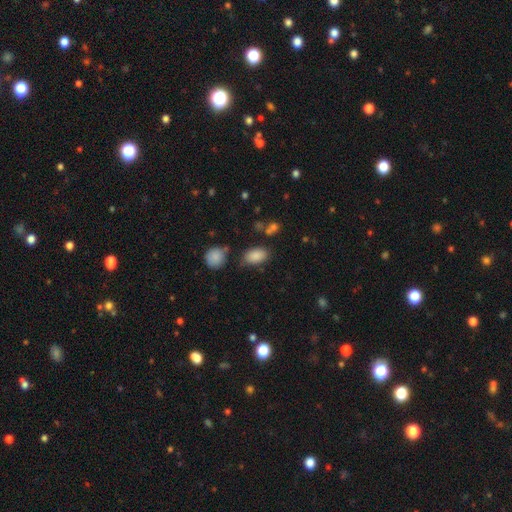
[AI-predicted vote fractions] smooth 85%, star or artifact 9%, featured or disk 6%. Down the decision tree: how rounded — in between (91%); merging — none (75%).